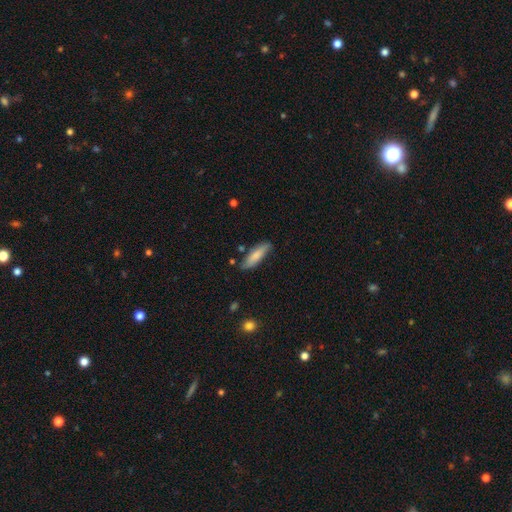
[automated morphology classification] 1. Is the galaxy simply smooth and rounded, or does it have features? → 77% smooth, 17% featured or disk, 6% star or artifact.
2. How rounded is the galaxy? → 61% cigar-shaped, 37% in between, 2% round.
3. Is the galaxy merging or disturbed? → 78% none, 16% minor disturbance, 3% merger, 3% major disturbance.